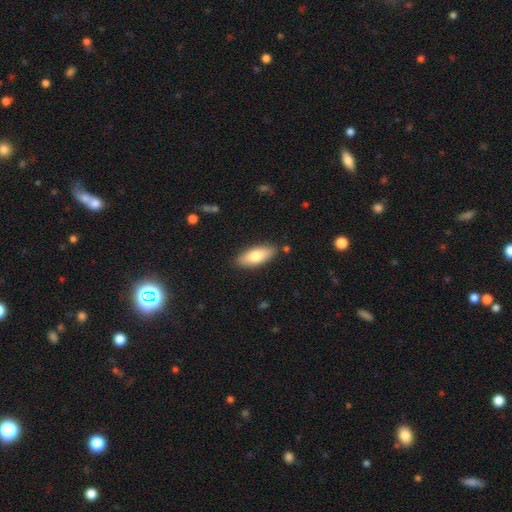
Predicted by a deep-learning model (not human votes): smooth-or-featured: smooth: 76% | featured or disk: 18% | star or artifact: 6%
  how-rounded: in between: 77% | cigar-shaped: 21% | round: 2%
  merging: none: 86% | minor disturbance: 10% | major disturbance: 2% | merger: 2%